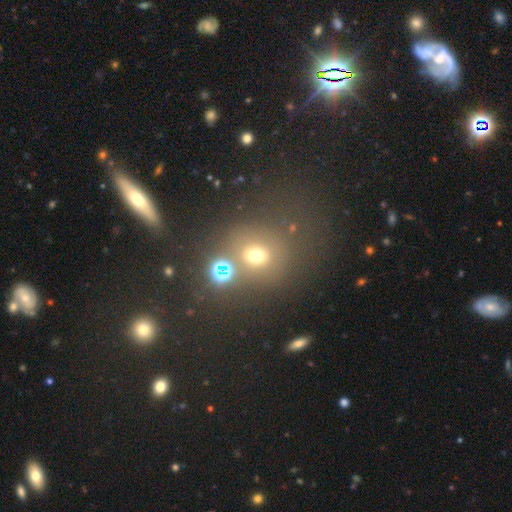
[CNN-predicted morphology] type=smooth (62%); roundness=round (77%); merging=none (66%).